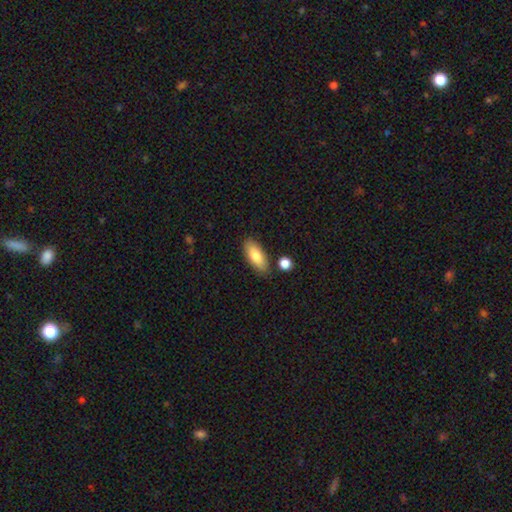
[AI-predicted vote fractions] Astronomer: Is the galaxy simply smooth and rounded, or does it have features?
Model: smooth — 82%.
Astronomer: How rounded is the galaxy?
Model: in between — 82%.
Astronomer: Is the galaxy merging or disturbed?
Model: none — 82%.